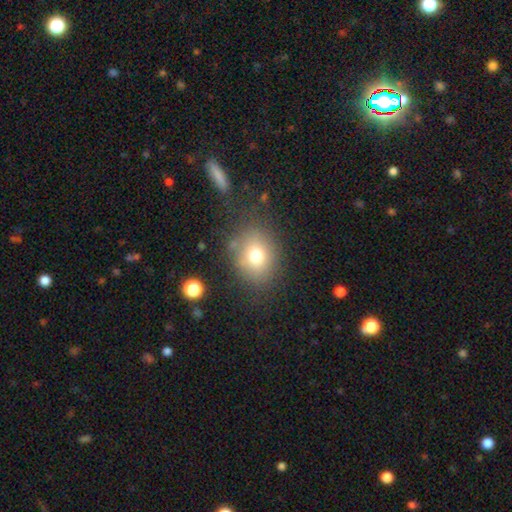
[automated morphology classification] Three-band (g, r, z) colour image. It shows a smooth galaxy with no disk features (73%) that is round (52%). Merging: none (75%).